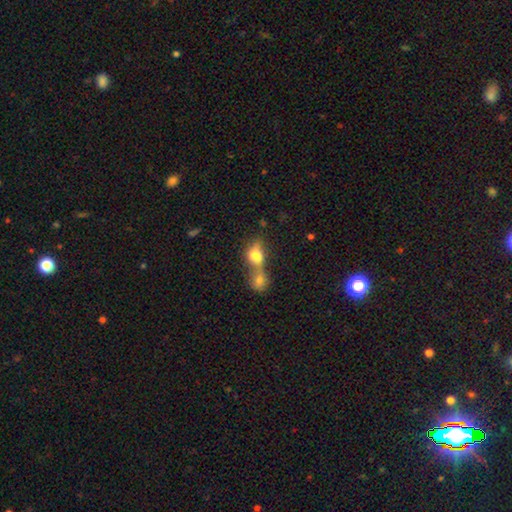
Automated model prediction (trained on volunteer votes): Smooth or featured? smooth (75%)
How rounded? in between (58%)
Merging? merger (74%)